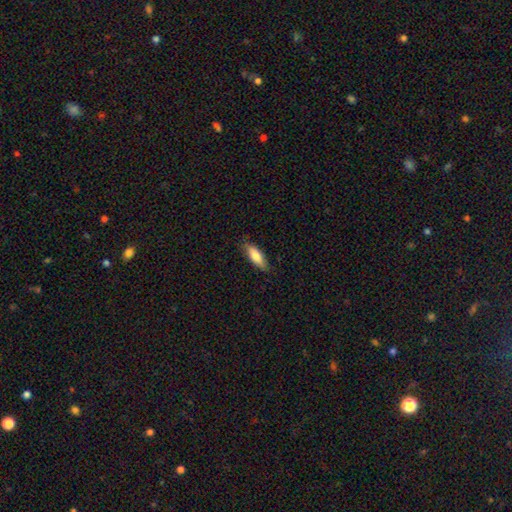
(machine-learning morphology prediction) A smooth galaxy with no disk features (75%) that is in between round and cigar-shaped (60%).

Vote fractions:
- Smooth or featured? smooth: 75% / featured or disk: 19% / star or artifact: 6%
- How rounded? in between: 60% / cigar-shaped: 38% / round: 2%
- Merging? none: 81% / minor disturbance: 16% / major disturbance: 3% / merger: 1%